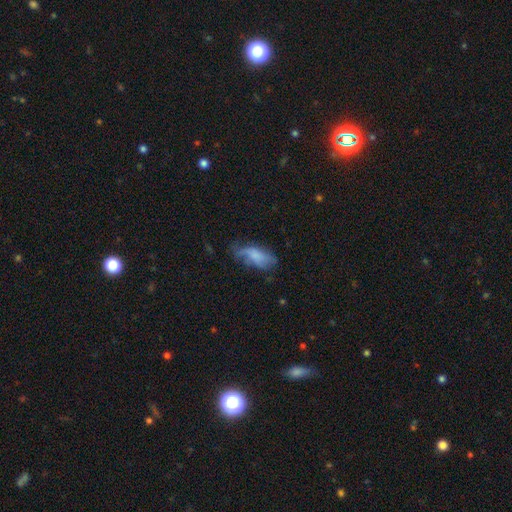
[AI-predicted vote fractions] smooth-or-featured: smooth: 64% | featured or disk: 27% | star or artifact: 9%
  how-rounded: in between: 85% | cigar-shaped: 12% | round: 3%
  merging: none: 36% | minor disturbance: 34% | major disturbance: 27% | merger: 3%